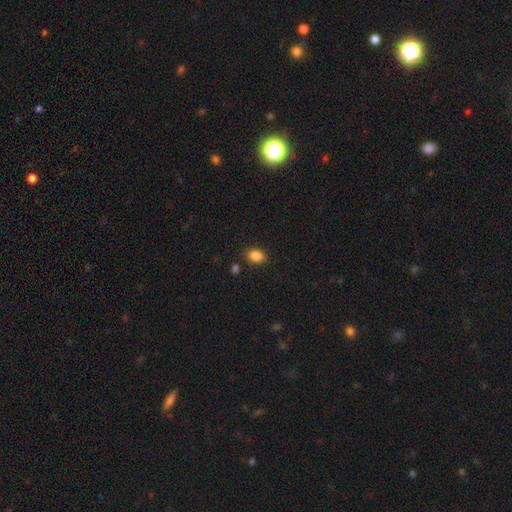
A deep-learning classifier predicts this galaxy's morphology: Smooth or featured? smooth (86%)
How rounded? in between (70%)
Merging? none (85%)